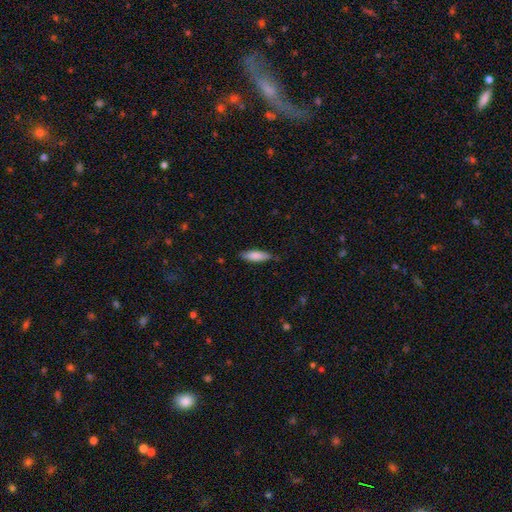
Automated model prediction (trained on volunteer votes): smooth 84%, featured or disk 11%, star or artifact 6%. Down the decision tree: how rounded — cigar-shaped (55%); merging — none (83%).